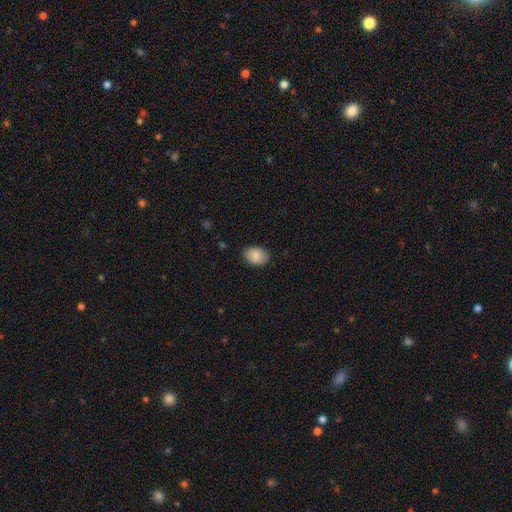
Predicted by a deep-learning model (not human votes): A smooth galaxy with no disk features (87%) that is in between round and cigar-shaped (77%). Merging: none (87%).